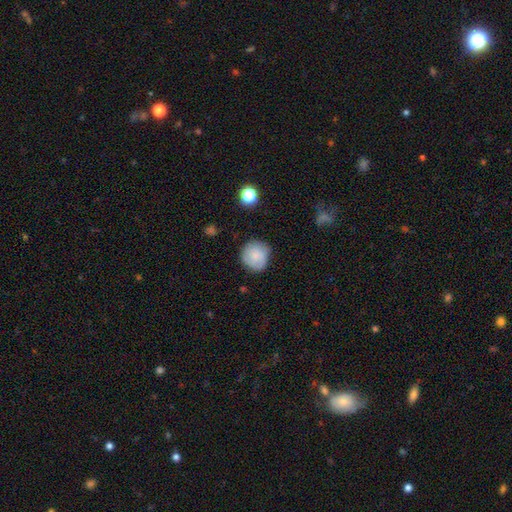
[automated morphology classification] Smooth or featured? smooth (76%)
How rounded? round (89%)
Merging? none (75%)